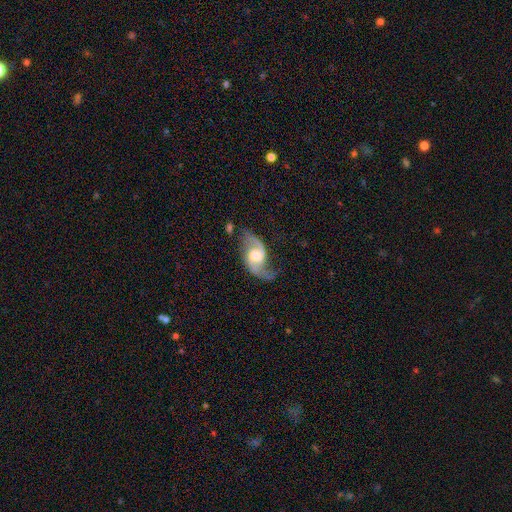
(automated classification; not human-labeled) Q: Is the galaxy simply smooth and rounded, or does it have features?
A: featured or disk — 88%.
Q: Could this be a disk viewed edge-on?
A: no — 97%.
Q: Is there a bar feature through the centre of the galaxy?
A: weak — 46%.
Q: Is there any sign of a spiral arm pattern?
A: yes — 97%.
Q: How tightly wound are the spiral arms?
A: loose — 55%.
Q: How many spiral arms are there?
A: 2 — 92%.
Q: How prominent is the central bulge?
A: moderate — 63%.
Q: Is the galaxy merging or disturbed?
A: none — 66%.